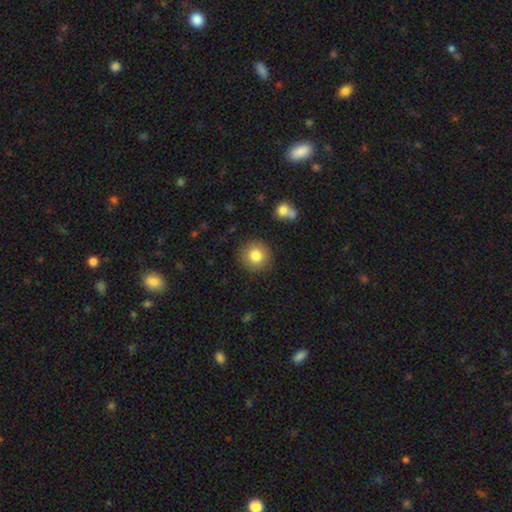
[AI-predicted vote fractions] This appears to be a smooth galaxy with no disk features (81%) that is round (92%). Merging: none (88%).